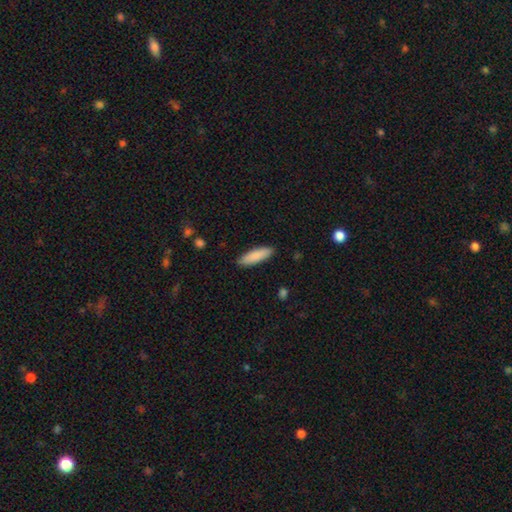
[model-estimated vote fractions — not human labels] Smooth or featured?
  - smooth: 87% *
  - featured or disk: 7%
  - star or artifact: 5%
How rounded?
  - cigar-shaped: 57% *
  - in between: 41%
  - round: 1%
Merging?
  - none: 88% *
  - minor disturbance: 9%
  - major disturbance: 2%
  - merger: 1%